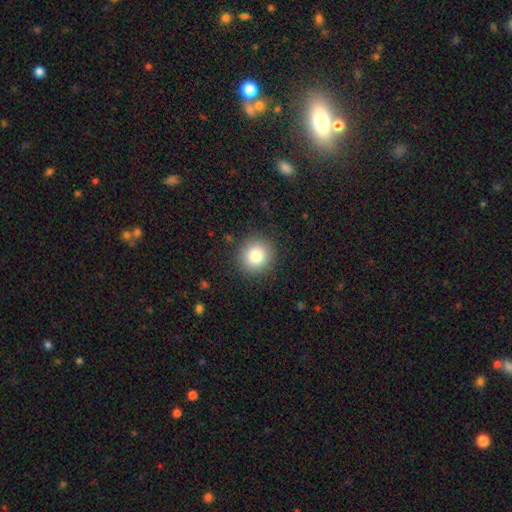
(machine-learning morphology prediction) A smooth galaxy with no disk features (83%) that is round (92%). Merging: none (89%).